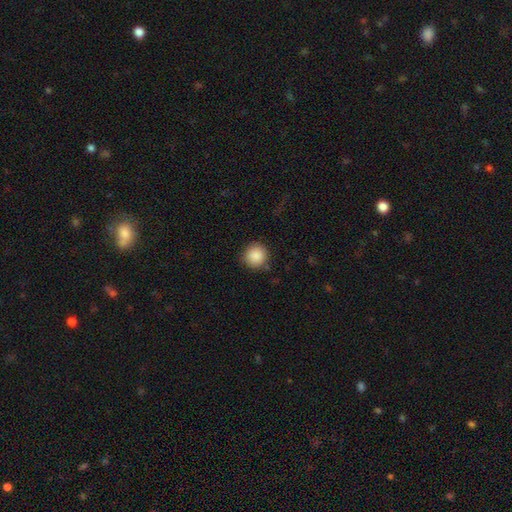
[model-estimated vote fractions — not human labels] This is clearly a smooth galaxy (89%). How rounded: clearly round (94%). Merging: clearly none (86%).